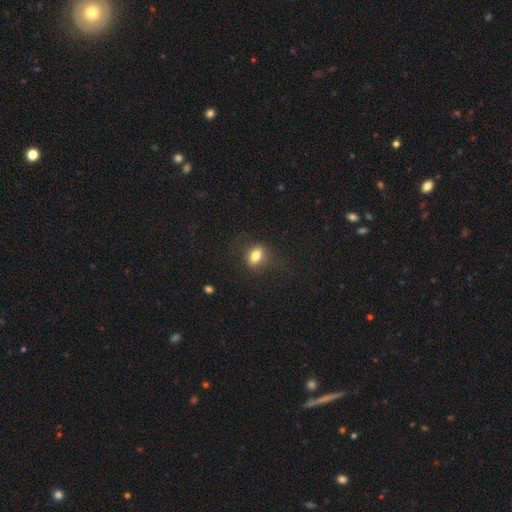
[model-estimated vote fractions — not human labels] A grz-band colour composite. It shows a smooth galaxy with no disk features (76%) that is in between round and cigar-shaped (72%). Merging: none (78%).